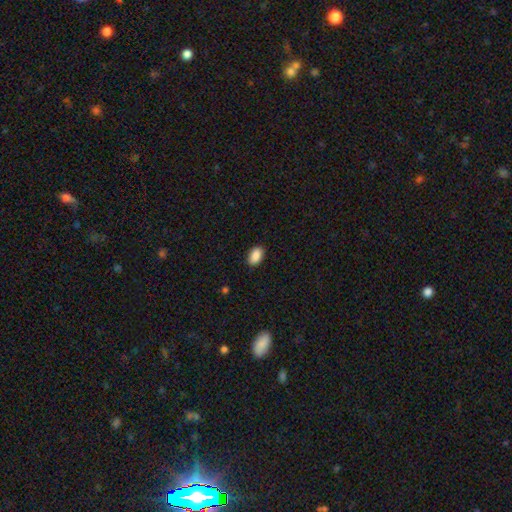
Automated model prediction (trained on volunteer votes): smooth-or-featured: smooth: 89% | star or artifact: 7% | featured or disk: 4%
  how-rounded: in between: 91% | round: 7% | cigar-shaped: 2%
  merging: none: 88% | minor disturbance: 9% | major disturbance: 2% | merger: 1%